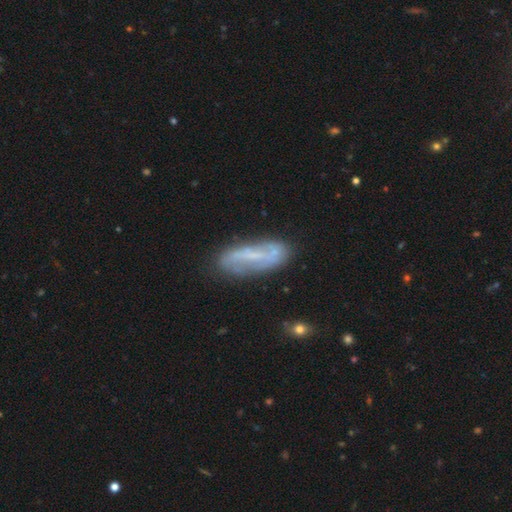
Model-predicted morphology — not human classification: featured or disk 62%, smooth 29%, star or artifact 8%. Down the decision tree: edge-on disk — no (84%); bar — strong (37%); spiral arms — yes (66%); bulge size — none (43%); merging — none (72%).